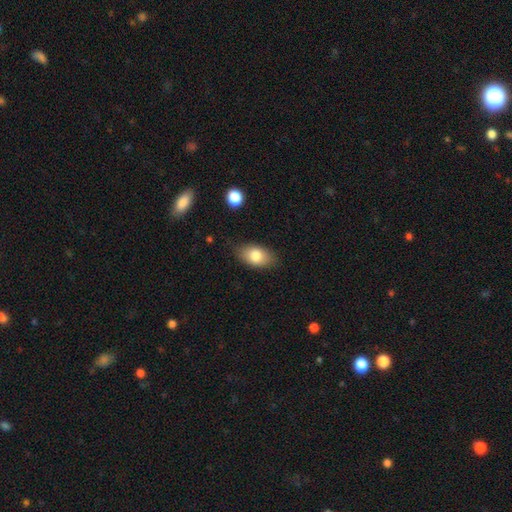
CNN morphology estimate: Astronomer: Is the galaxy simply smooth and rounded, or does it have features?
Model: smooth — 80%.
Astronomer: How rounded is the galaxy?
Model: in between — 89%.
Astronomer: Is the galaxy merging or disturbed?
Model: none — 81%.